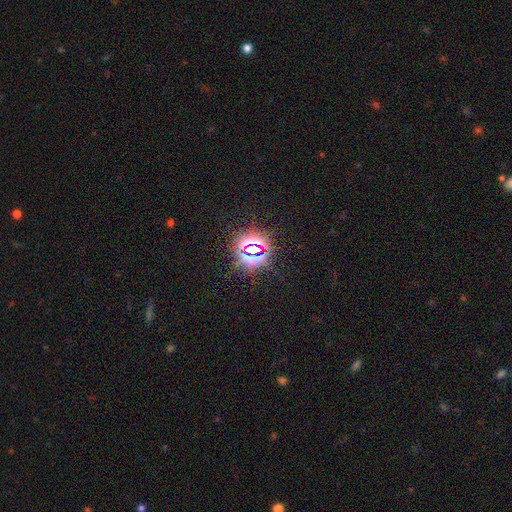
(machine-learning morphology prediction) smooth_or_featured: star or artifact (p=0.80) [alt: smooth p=0.13]